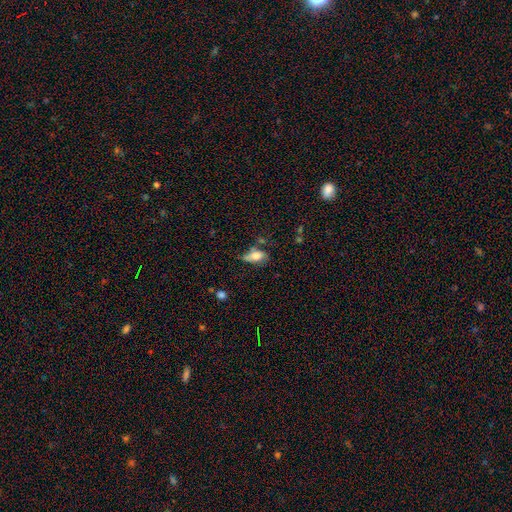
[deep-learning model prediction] This appears to be a smooth galaxy with no disk features (69%) that is in between round and cigar-shaped (85%). Merging: none (38%).